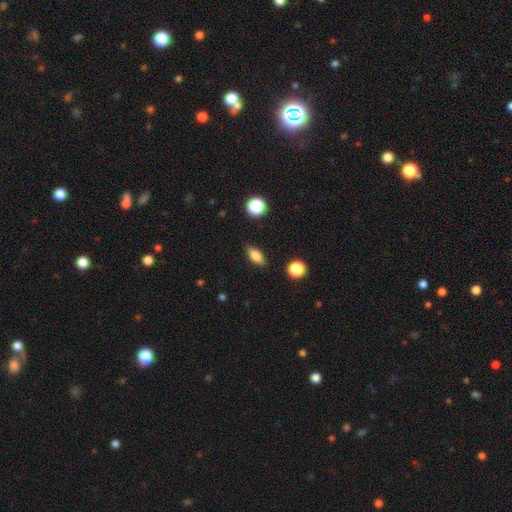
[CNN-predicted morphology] This is likely a smooth galaxy (74%). How rounded: likely in between (74%). Merging: clearly none (86%).